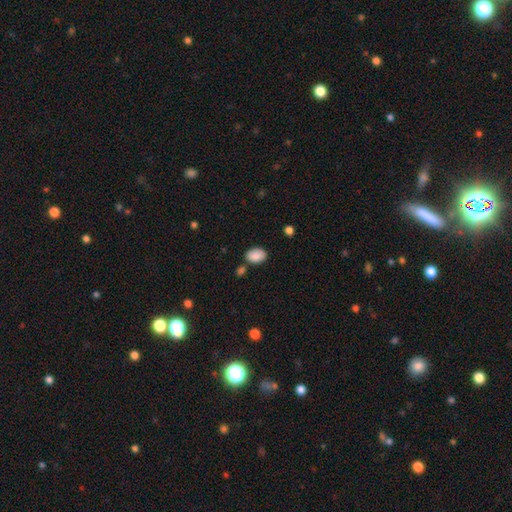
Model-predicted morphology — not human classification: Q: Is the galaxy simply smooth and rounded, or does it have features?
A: smooth — 88%.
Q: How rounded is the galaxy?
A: in between — 86%.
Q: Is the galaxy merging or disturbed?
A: none — 73%.